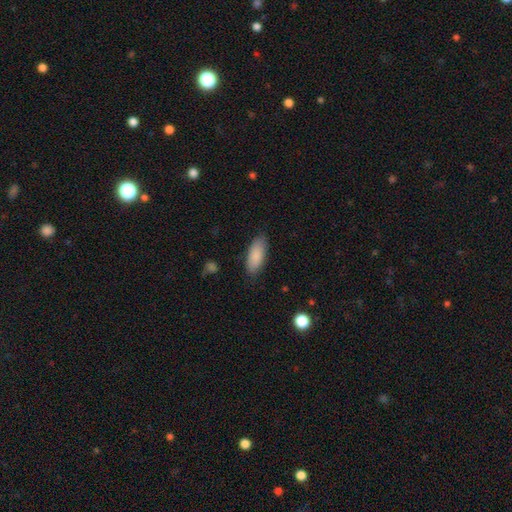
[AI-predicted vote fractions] smooth_or_featured: smooth (p=0.87) [alt: featured or disk p=0.07]
how_rounded: in between (p=0.80) [alt: cigar-shaped p=0.18]
merging: none (p=0.84) [alt: minor disturbance p=0.12]